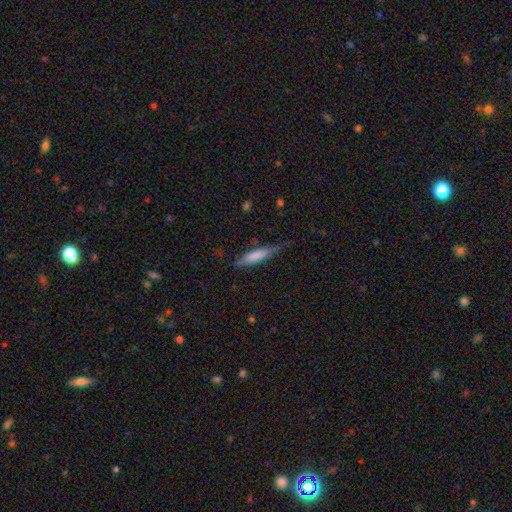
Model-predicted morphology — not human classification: smooth_or_featured: smooth (p=0.66) [alt: featured or disk p=0.28]
how_rounded: cigar-shaped (p=0.81) [alt: in between p=0.17]
merging: none (p=0.63) [alt: minor disturbance p=0.28]